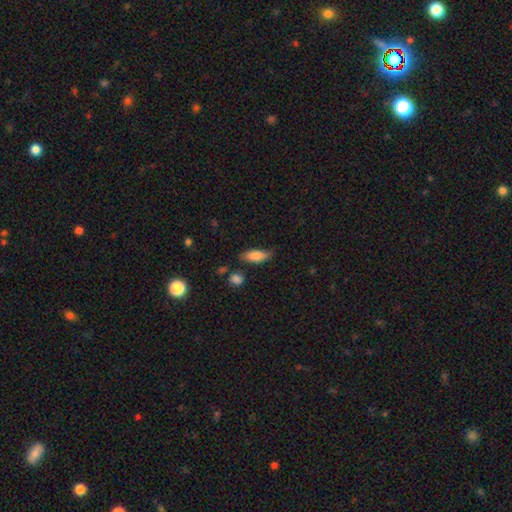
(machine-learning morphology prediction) This is clearly a smooth galaxy (82%). How rounded: likely in between (77%). Merging: likely none (66%).